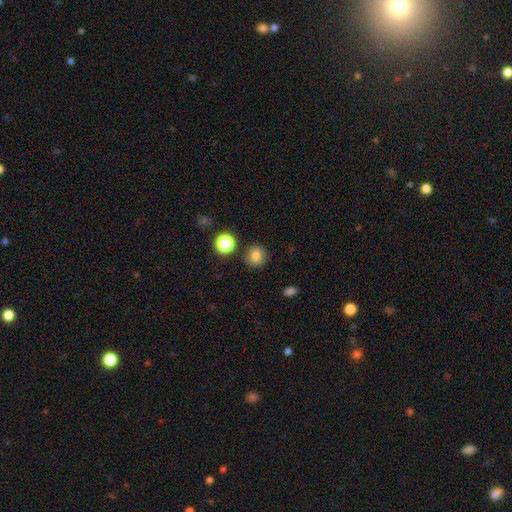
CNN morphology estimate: This is clearly a smooth galaxy (80%). How rounded: clearly round (90%). Merging: clearly none (86%).